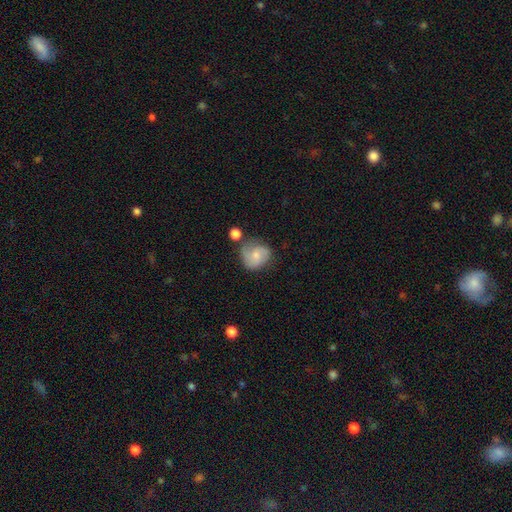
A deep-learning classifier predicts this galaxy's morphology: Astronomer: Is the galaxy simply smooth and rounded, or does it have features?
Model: smooth — 55% (runner-up: featured or disk, 36%).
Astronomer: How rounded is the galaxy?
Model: round — 76%.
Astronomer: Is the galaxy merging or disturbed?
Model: none — 51% (runner-up: minor disturbance, 28%).